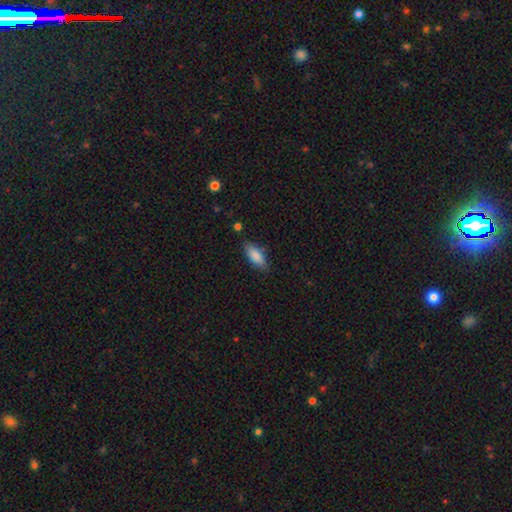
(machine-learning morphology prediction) Overall: smooth (86%). How rounded: in between (80%). Merging: none (79%).